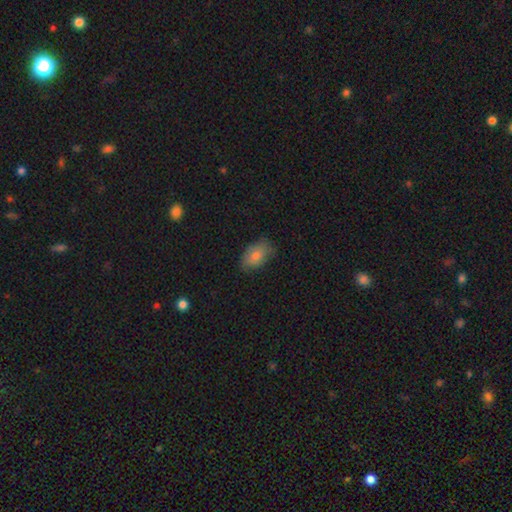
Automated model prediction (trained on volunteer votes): Q: Smooth or featured?
A: smooth (77%); runner-up: featured or disk (14%)
Q: How rounded?
A: in between (89%); runner-up: round (9%)
Q: Merging?
A: none (75%); runner-up: minor disturbance (20%)